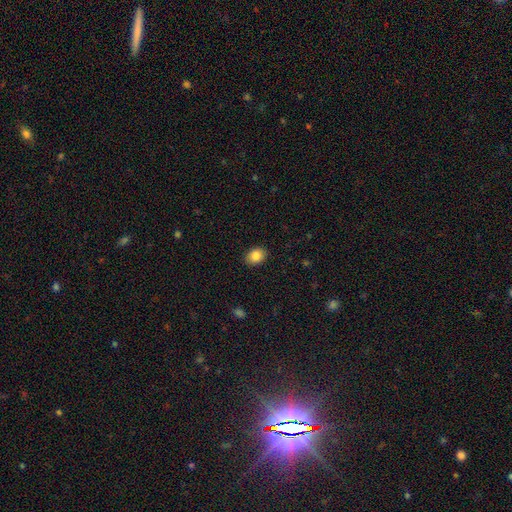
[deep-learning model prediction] Morphology: type=smooth (85%); roundness=in between (66%); merging=none (89%).